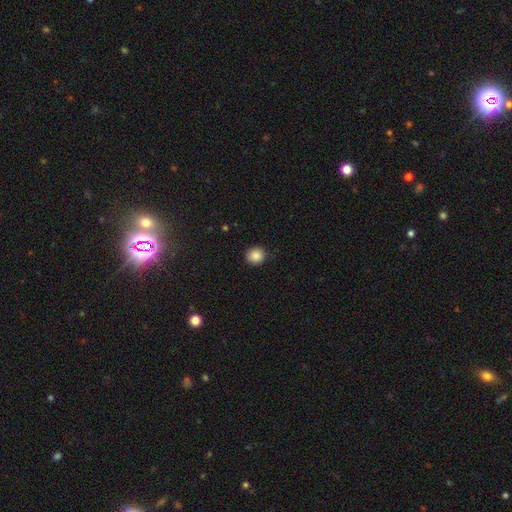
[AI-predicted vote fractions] Q: Smooth or featured?
A: smooth (87%); runner-up: star or artifact (9%)
Q: How rounded?
A: round (88%); runner-up: in between (11%)
Q: Merging?
A: none (88%); runner-up: minor disturbance (9%)